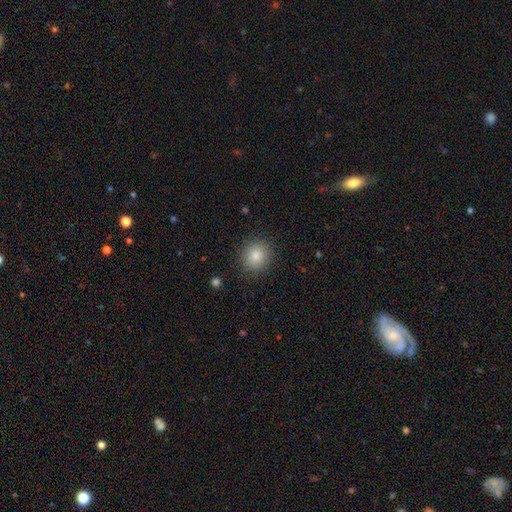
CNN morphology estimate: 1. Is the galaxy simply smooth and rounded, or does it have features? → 84% smooth, 10% star or artifact, 6% featured or disk.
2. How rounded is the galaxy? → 81% round, 18% in between, 1% cigar-shaped.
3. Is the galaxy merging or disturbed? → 88% none, 8% minor disturbance, 3% major disturbance, 1% merger.